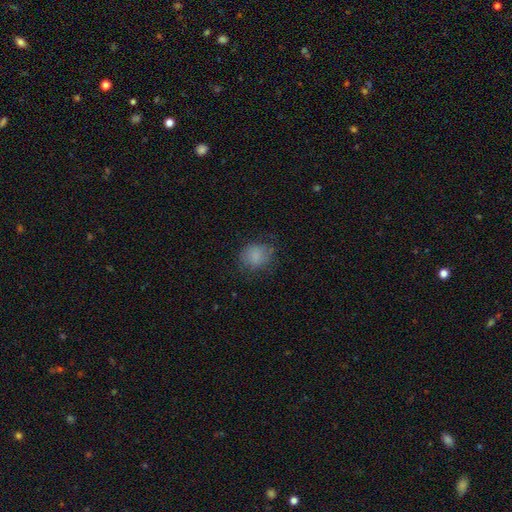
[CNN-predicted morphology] The model was most divided on "how rounded": round: 63%, in between: 36%, cigar-shaped: 1%. More confident: smooth or featured — smooth (81%); merging — none (67%).